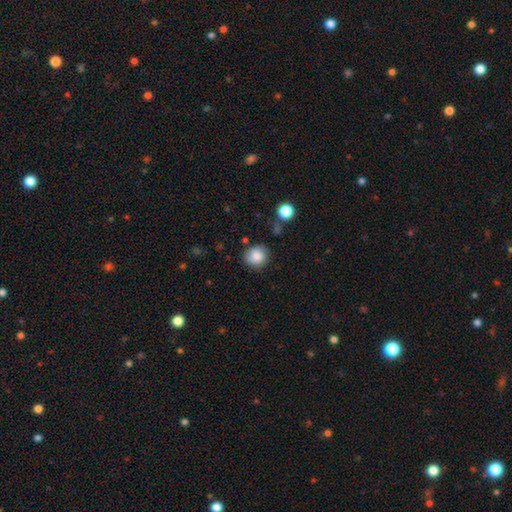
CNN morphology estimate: A smooth galaxy with no disk features (84%) that is round (82%). Merging: none (78%).